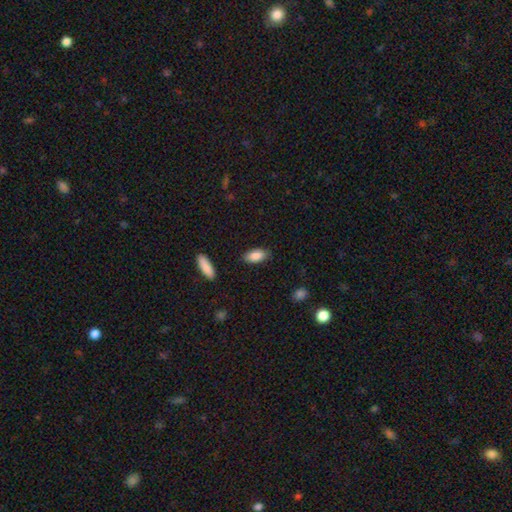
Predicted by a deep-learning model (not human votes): Smooth or featured: smooth — 88% (star or artifact — 7%)
How rounded: in between — 89% (cigar-shaped — 9%)
Merging: none — 85% (minor disturbance — 11%)